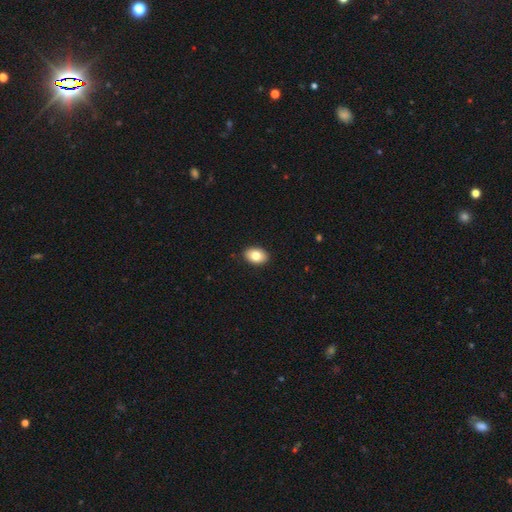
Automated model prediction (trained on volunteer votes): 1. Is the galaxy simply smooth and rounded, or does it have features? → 80% smooth, 12% featured or disk, 8% star or artifact.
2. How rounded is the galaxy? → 83% in between, 16% round, 1% cigar-shaped.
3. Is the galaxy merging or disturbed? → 90% none, 7% minor disturbance, 2% major disturbance, 1% merger.